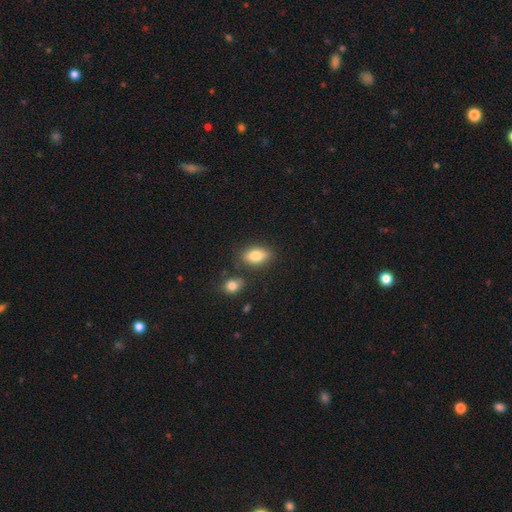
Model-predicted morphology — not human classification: Smooth or featured? smooth (80%)
How rounded? in between (86%)
Merging? none (77%)